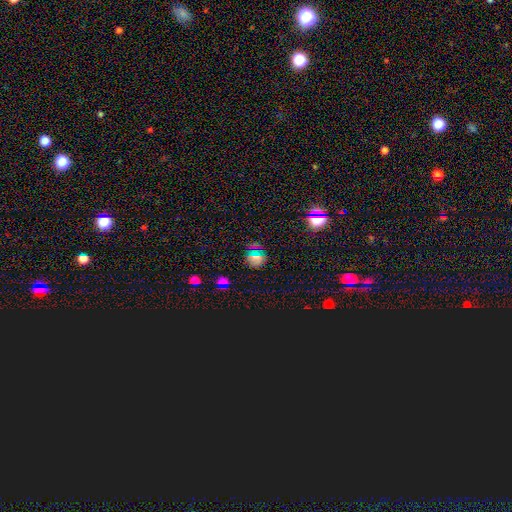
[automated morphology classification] The model was most divided on "smooth or featured": smooth: 47%, star or artifact: 40%, featured or disk: 13%. More confident: merging — none (78%).